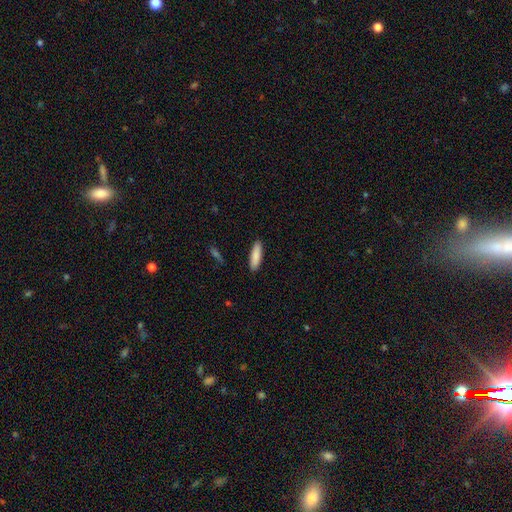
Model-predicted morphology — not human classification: A smooth galaxy with no disk features (87%) that is cigar-shaped (62%).

Vote fractions:
- Smooth or featured? smooth: 87% / featured or disk: 7% / star or artifact: 6%
- How rounded? cigar-shaped: 62% / in between: 36% / round: 1%
- Merging? none: 90% / minor disturbance: 7% / major disturbance: 2% / merger: 1%